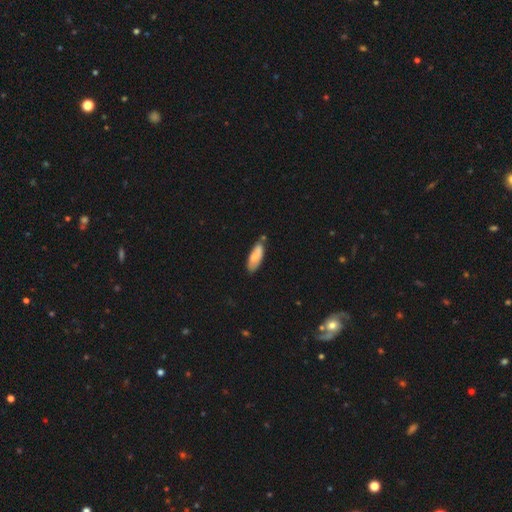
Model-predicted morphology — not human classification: This appears to be a smooth galaxy with no disk features (72%) that is in between round and cigar-shaped (66%). Merging: none (64%).